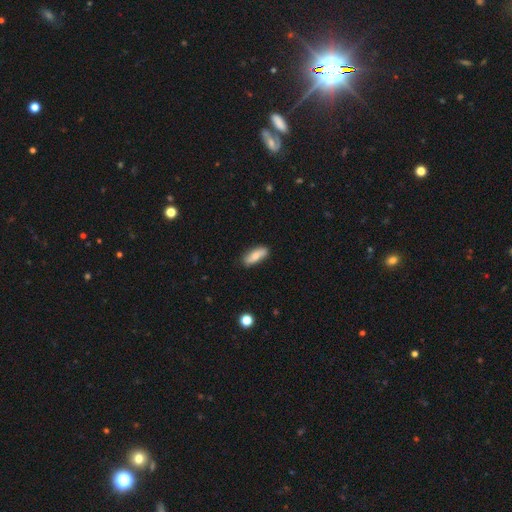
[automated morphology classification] smooth 75%, featured or disk 19%, star or artifact 6%. Down the decision tree: how rounded — in between (65%); merging — none (83%).